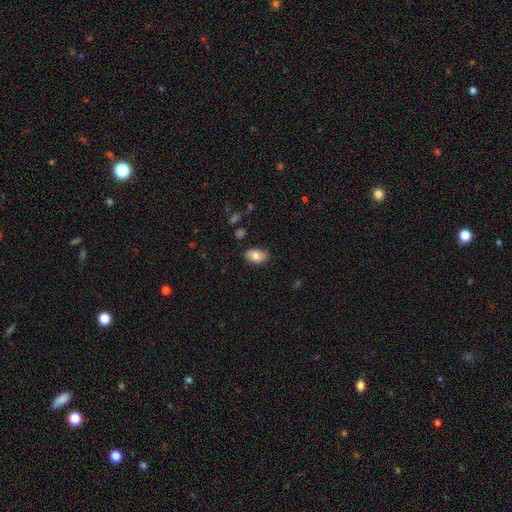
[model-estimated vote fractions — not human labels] A smooth galaxy with no disk features (79%) that is in between round and cigar-shaped (91%).

Vote fractions:
- Smooth or featured? smooth: 79% / featured or disk: 14% / star or artifact: 7%
- How rounded? in between: 91% / round: 8% / cigar-shaped: 1%
- Merging? none: 78% / minor disturbance: 17% / major disturbance: 3% / merger: 1%